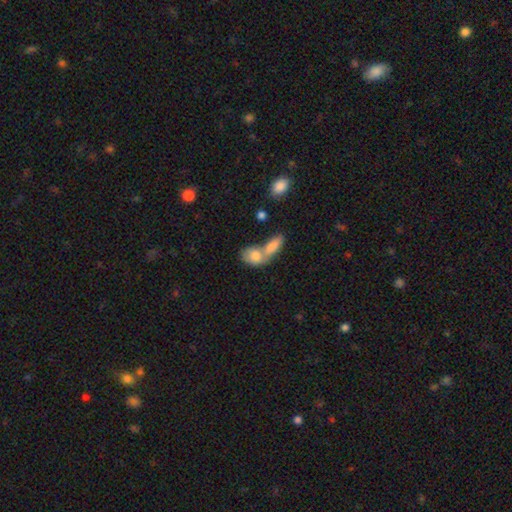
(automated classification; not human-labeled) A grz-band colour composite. It shows a smooth galaxy with no disk features (78%) that is in between round and cigar-shaped (78%). Merging: merger (63%).